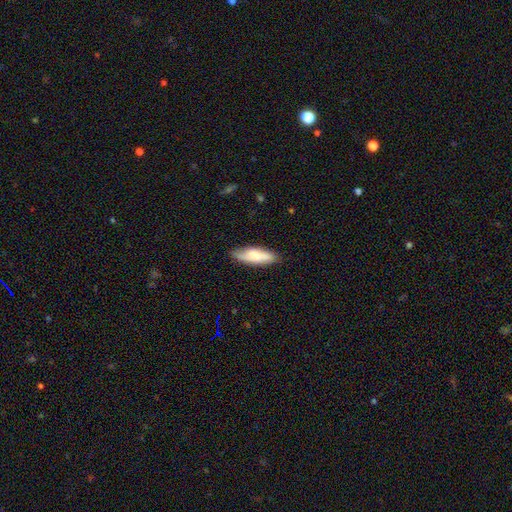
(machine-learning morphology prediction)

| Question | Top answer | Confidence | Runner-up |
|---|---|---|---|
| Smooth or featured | smooth | 78% | featured or disk (16%) |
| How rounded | in between | 55% | cigar-shaped (43%) |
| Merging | none | 76% | minor disturbance (20%) |